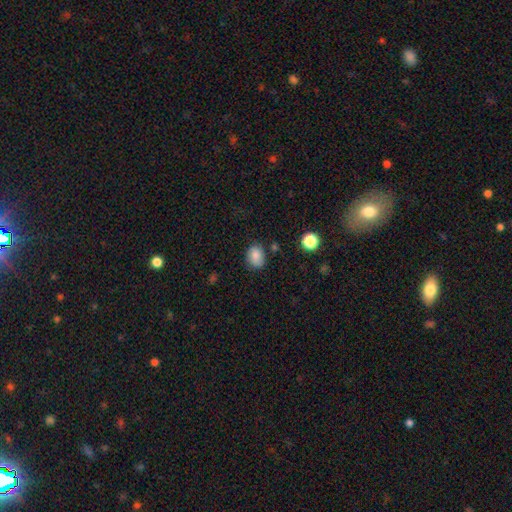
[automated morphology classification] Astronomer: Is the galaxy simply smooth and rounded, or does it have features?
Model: smooth — 84%.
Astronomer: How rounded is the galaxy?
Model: in between — 62%.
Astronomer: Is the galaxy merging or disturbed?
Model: none — 71%.